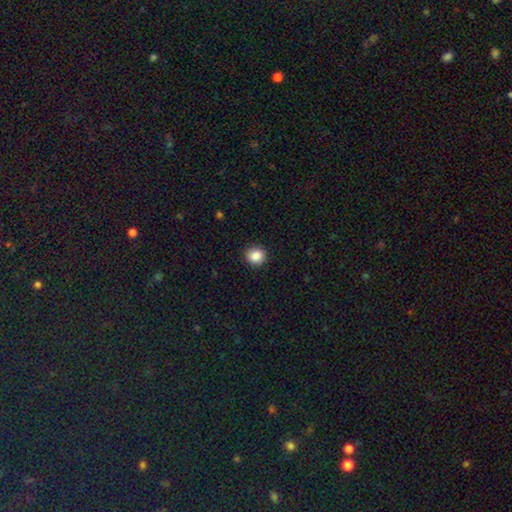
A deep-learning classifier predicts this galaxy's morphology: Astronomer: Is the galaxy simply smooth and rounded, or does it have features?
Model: smooth — 87%.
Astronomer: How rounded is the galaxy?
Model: round — 88%.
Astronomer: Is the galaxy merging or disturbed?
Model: none — 91%.